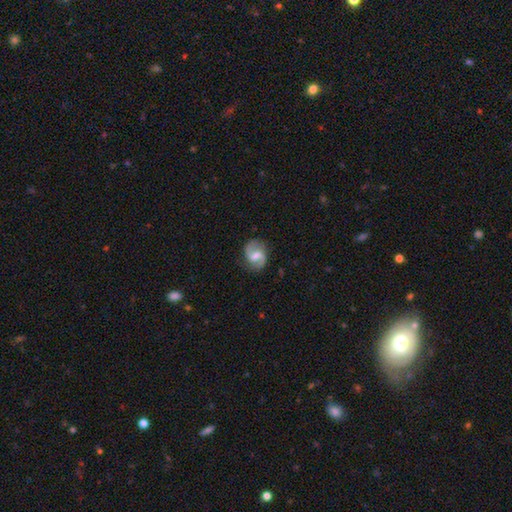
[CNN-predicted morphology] The model was most divided on "spiral winding": medium: 46%, loose: 42%, tight: 12%. Remaining: edge-on disk — no (98%); spiral arms — yes (95%); spiral arm count — 2 (92%); smooth or featured — featured or disk (81%); merging — none (81%); bar — weak (57%); bulge size — moderate (48%).